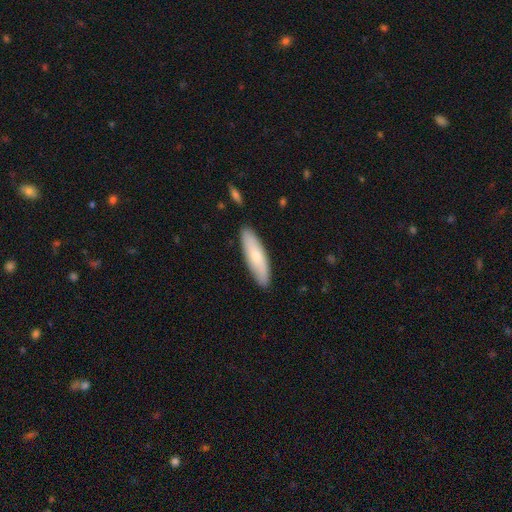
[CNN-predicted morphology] The model was most divided on "how rounded": cigar-shaped: 63%, in between: 35%, round: 2%. More confident: merging — none (87%); smooth or featured — smooth (70%).